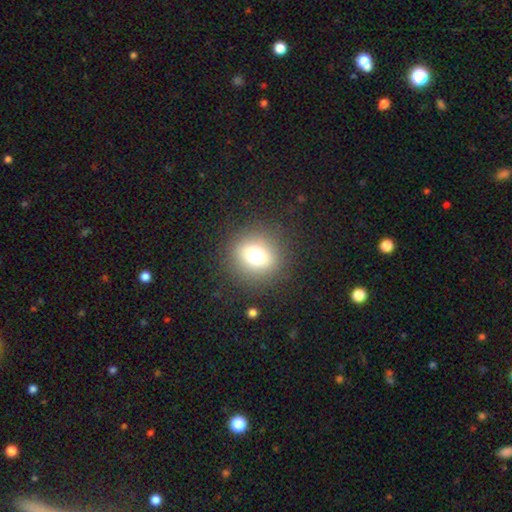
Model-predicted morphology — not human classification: type=smooth (72%); roundness=round (86%); merging=none (87%).